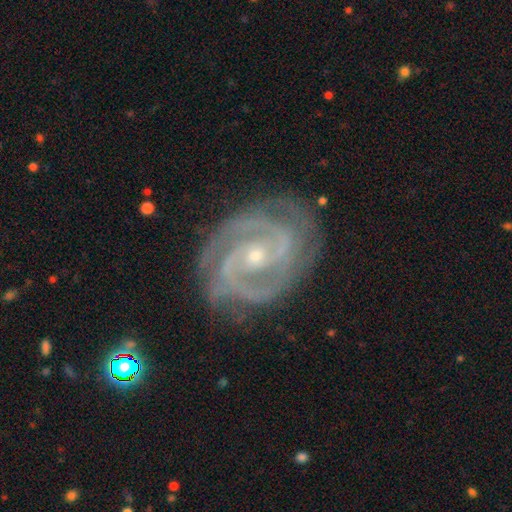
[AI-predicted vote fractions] Q: Smooth or featured?
A: featured or disk (92%); runner-up: star or artifact (5%)
Q: Edge-on disk?
A: no (98%); runner-up: yes (2%)
Q: Bar?
A: no (52%); runner-up: weak (31%)
Q: Spiral arms?
A: yes (98%); runner-up: no (2%)
Q: Spiral winding?
A: tight (63%); runner-up: medium (33%)
Q: Spiral arm count?
A: 2 (68%); runner-up: 3 (17%)
Q: Bulge size?
A: small (72%); runner-up: moderate (25%)
Q: Merging?
A: none (78%); runner-up: minor disturbance (15%)